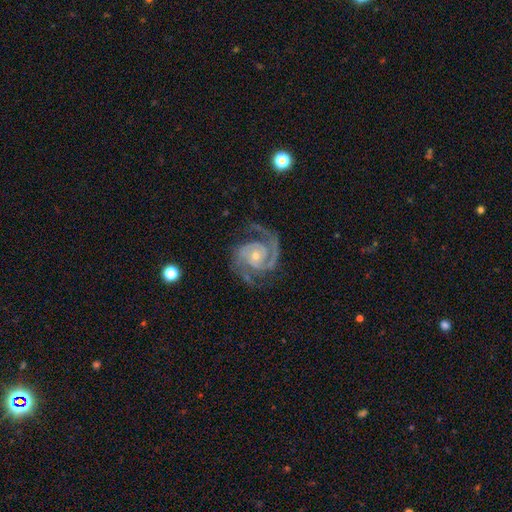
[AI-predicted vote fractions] Smooth or featured? featured or disk (93%)
Edge-on disk? no (98%)
Bar? no (64%)
Spiral arms? yes (99%)
Spiral winding? tight (50%)
Spiral arm count? 2 (86%)
Bulge size? small (65%)
Merging? none (76%)